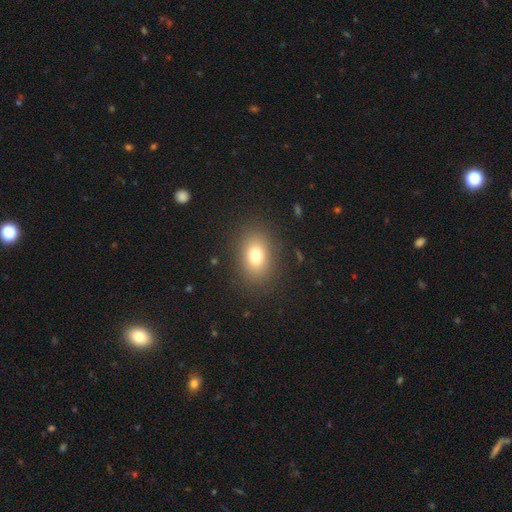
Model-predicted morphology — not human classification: Smooth or featured?
  - smooth: 76% *
  - star or artifact: 13%
  - featured or disk: 11%
How rounded?
  - in between: 69% *
  - round: 29%
  - cigar-shaped: 1%
Merging?
  - none: 86% *
  - minor disturbance: 9%
  - major disturbance: 4%
  - merger: 1%